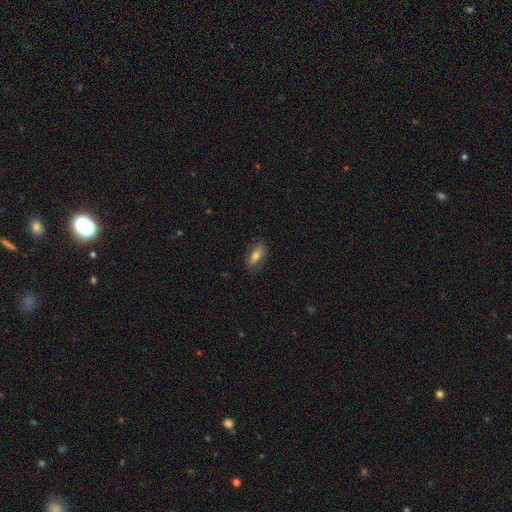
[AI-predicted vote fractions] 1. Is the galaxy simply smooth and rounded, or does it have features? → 64% smooth, 28% featured or disk, 8% star or artifact.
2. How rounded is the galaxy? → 80% in between, 15% cigar-shaped, 5% round.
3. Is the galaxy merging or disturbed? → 77% none, 17% minor disturbance, 5% major disturbance, 1% merger.